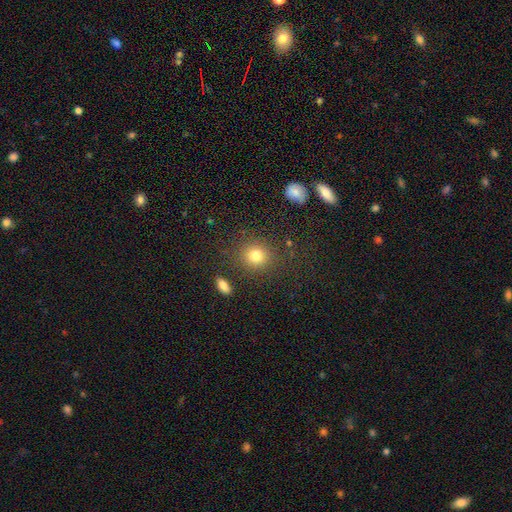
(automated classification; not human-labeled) A smooth galaxy with no disk features (79%) that is round (84%).

Vote fractions:
- Smooth or featured? smooth: 79% / star or artifact: 14% / featured or disk: 7%
- How rounded? round: 84% / in between: 15% / cigar-shaped: 1%
- Merging? none: 85% / minor disturbance: 8% / major disturbance: 4% / merger: 3%